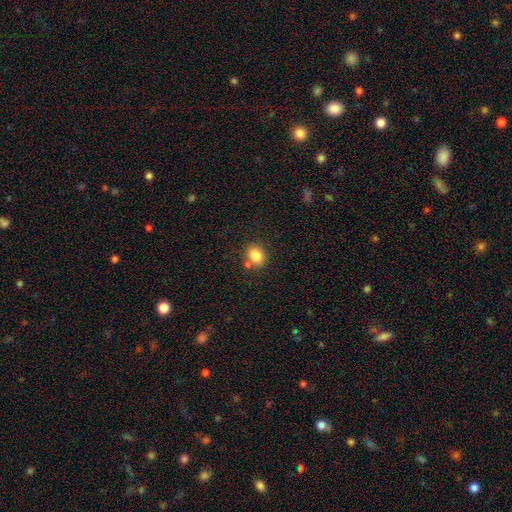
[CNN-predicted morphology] This appears to be a smooth galaxy with no disk features (84%) that is round (58%). Merging: none (72%).